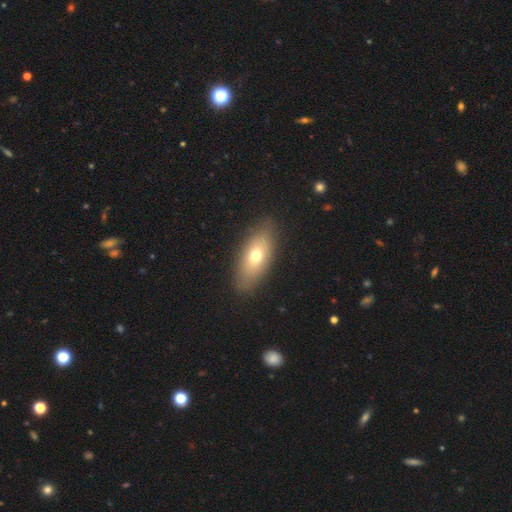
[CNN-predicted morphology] smooth 67%, featured or disk 24%, star or artifact 9%. Down the decision tree: how rounded — in between (84%); merging — none (85%).